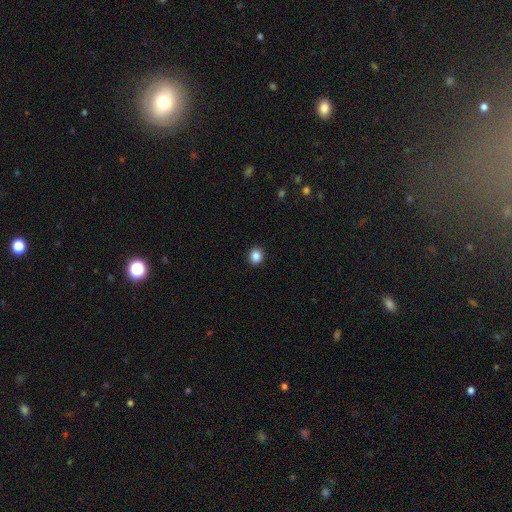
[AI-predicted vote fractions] This appears to be a smooth galaxy with no disk features (87%) that is round (73%). Merging: none (92%).